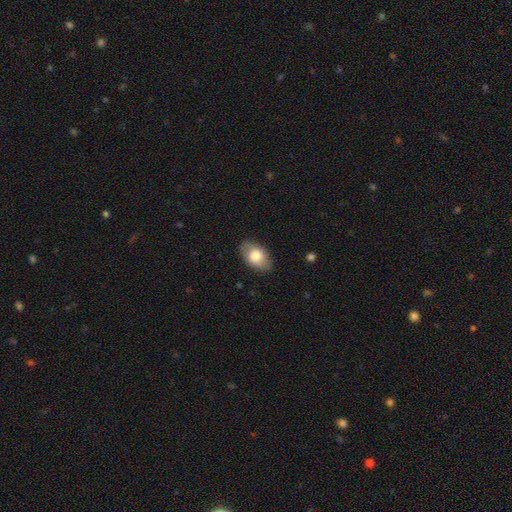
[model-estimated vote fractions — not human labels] This appears to be a smooth galaxy with no disk features (78%) that is in between round and cigar-shaped (91%). Merging: none (82%).